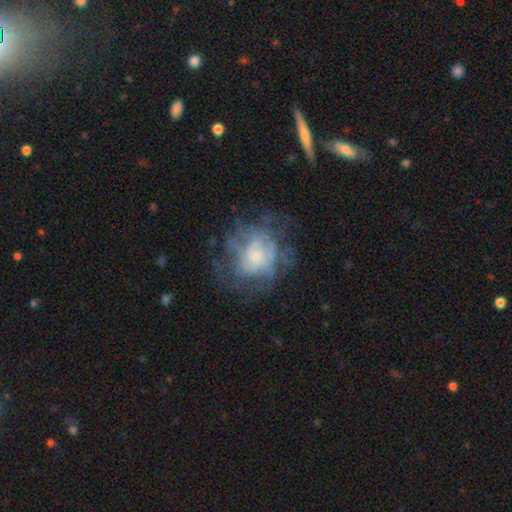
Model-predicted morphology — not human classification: smooth-or-featured: featured or disk: 63% | smooth: 26% | star or artifact: 11%
  disk-edge-on: no: 97% | yes: 3%
    bar: no: 81% | weak: 16% | strong: 3%
    has-spiral-arms: yes: 51% | no: 49%
    bulge-size: small: 48% | moderate: 33% | none: 9% | large: 8% | dominant: 2%
  merging: none: 58% | major disturbance: 20% | minor disturbance: 20% | merger: 2%